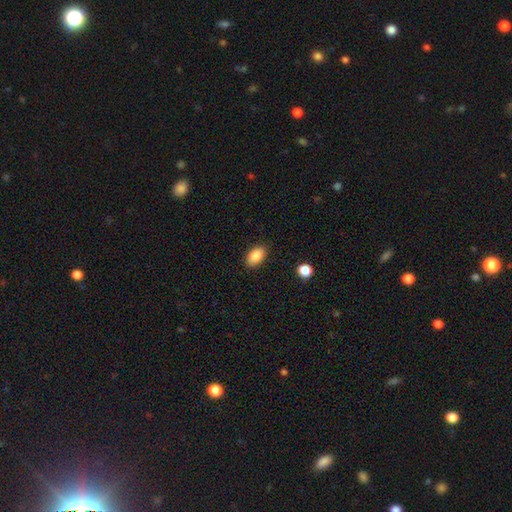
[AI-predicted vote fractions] This appears to be a smooth galaxy with no disk features (87%) that is in between round and cigar-shaped (91%). Merging: none (86%).